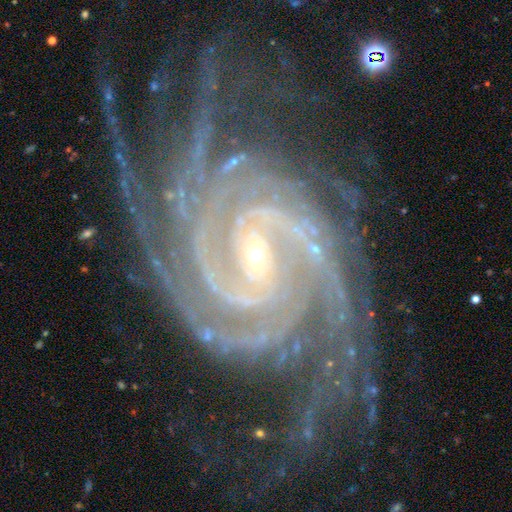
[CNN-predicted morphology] Smooth or featured: featured or disk — 93% (star or artifact — 5%)
Edge-on disk: no — 98% (yes — 2%)
Bar: weak — 39% (strong — 36%)
Spiral arms: yes — 99% (no — 1%)
Spiral winding: tight — 72% (medium — 24%)
Spiral arm count: 4 — 23% (more than 4 — 19%)
Bulge size: small — 79% (moderate — 18%)
Merging: none — 66% (minor disturbance — 18%)